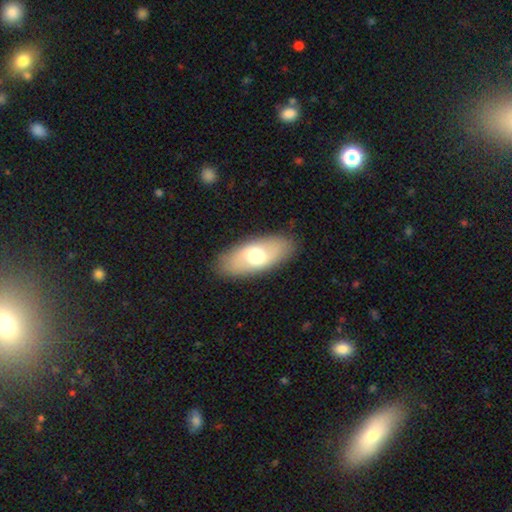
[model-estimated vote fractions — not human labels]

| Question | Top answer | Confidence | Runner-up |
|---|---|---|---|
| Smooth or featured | smooth | 59% | featured or disk (34%) |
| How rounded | in between | 88% | cigar-shaped (8%) |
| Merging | none | 86% | minor disturbance (10%) |